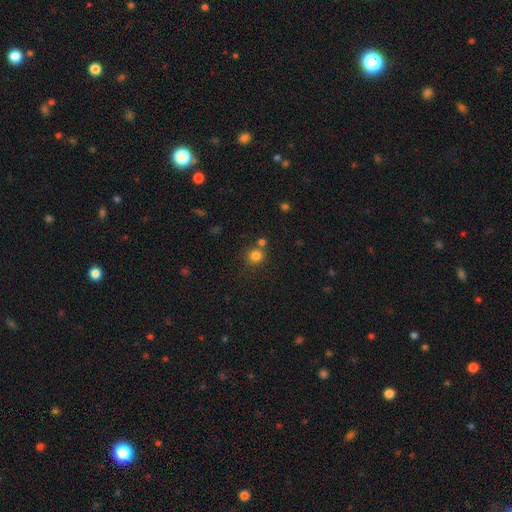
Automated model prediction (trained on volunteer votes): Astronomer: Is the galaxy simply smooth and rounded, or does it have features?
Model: smooth — 80%.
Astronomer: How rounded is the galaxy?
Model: round — 91%.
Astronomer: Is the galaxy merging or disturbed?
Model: none — 70%.